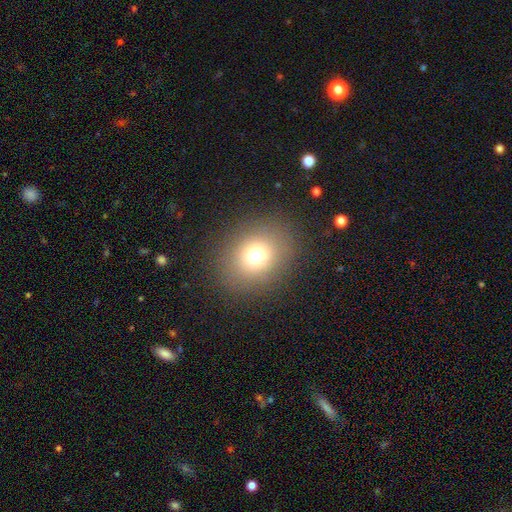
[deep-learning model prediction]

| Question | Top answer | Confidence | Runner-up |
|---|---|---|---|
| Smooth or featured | smooth | 71% | star or artifact (17%) |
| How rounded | round | 64% | in between (36%) |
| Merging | none | 86% | minor disturbance (8%) |